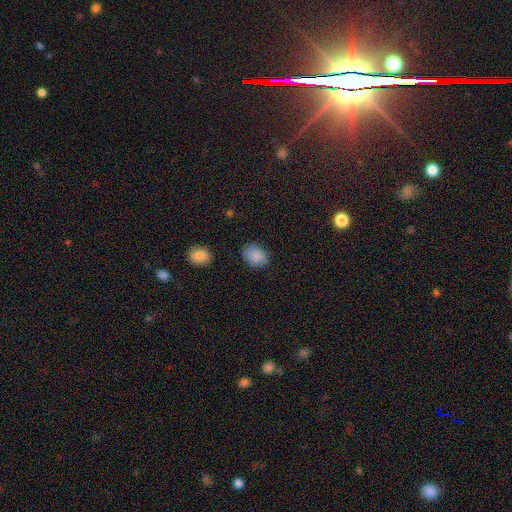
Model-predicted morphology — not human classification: smooth_or_featured: smooth (p=0.87) [alt: star or artifact p=0.08]
how_rounded: in between (p=0.66) [alt: round p=0.33]
merging: none (p=0.76) [alt: minor disturbance p=0.18]